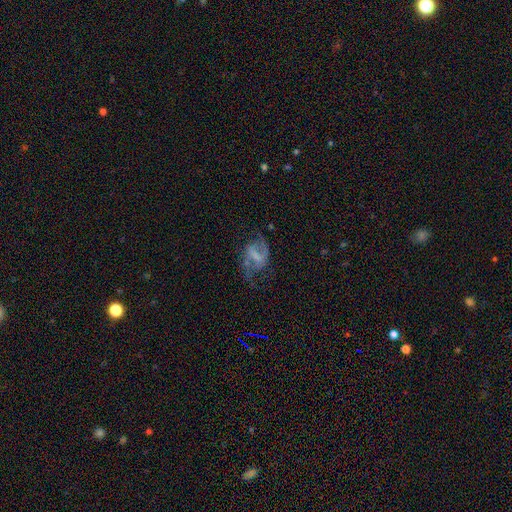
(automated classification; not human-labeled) smooth-or-featured: featured or disk: 74% | smooth: 17% | star or artifact: 9%
  disk-edge-on: no: 97% | yes: 3%
    bar: weak: 47% | strong: 29% | no: 24%
    has-spiral-arms: yes: 86% | no: 14%
      spiral-winding: medium: 44% (tied) | loose: 44% (tied) | tight: 11%
      spiral-arm-count: 2: 85% | can't tell: 6% | 1: 5% | 3: 1% | 4: 1% | more than 4: 1%
    bulge-size: none: 48% | small: 26% | moderate: 18% | large: 6% | dominant: 1%
  merging: none: 53% | major disturbance: 23% | minor disturbance: 20% | merger: 3%